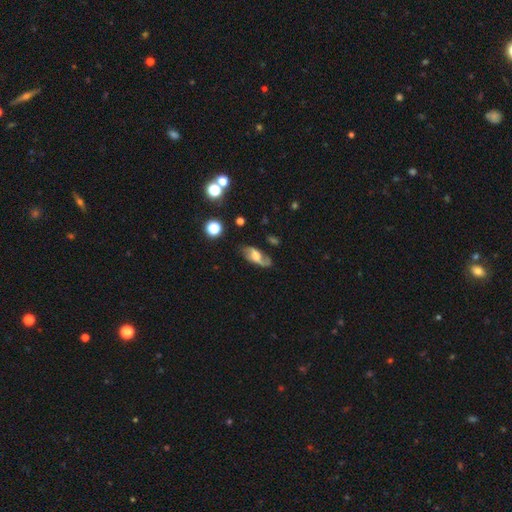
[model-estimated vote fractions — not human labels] A featured or disk galaxy (72%) with no bar (44%), 2 (84%) loose (53%) spiral arms (92%) and a moderate central bulge (45%). Merging: none (72%).